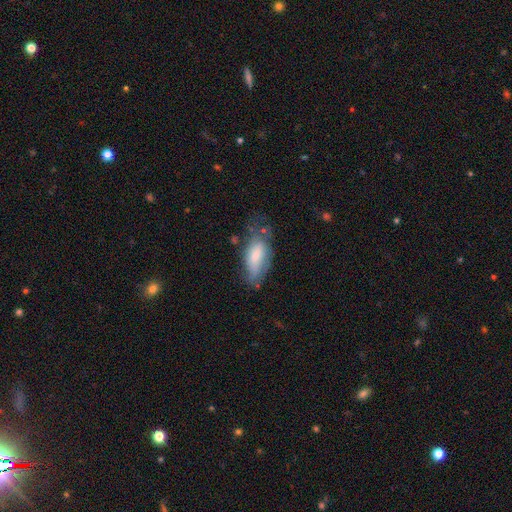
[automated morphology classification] Smooth or featured? Predicted: smooth (p=0.66). How rounded? Predicted: in between (p=0.82). Merging? Predicted: none (p=0.42).